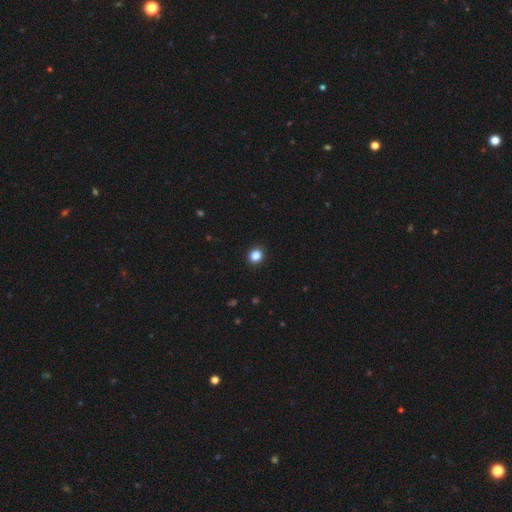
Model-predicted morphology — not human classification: Smooth or featured: smooth — 86% (star or artifact — 11%)
How rounded: round — 75% (in between — 24%)
Merging: none — 91% (minor disturbance — 6%)